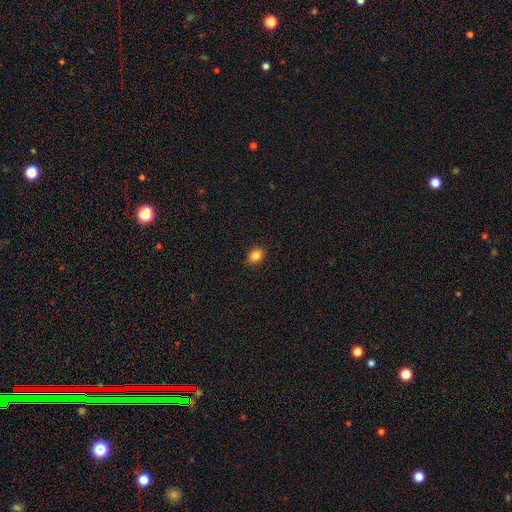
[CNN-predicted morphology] This appears to be a smooth galaxy with no disk features (86%) that is in between round and cigar-shaped (70%). Merging: none (88%).